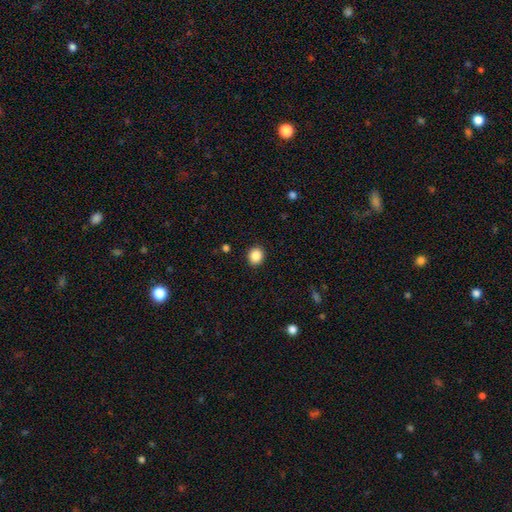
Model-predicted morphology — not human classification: Smooth or featured: smooth — 88% (star or artifact — 9%)
How rounded: round — 75% (in between — 24%)
Merging: none — 91% (minor disturbance — 6%)